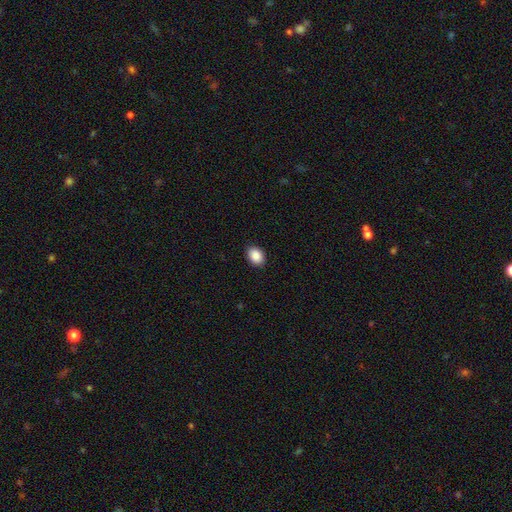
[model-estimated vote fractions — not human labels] A smooth galaxy with no disk features (89%) that is in between round and cigar-shaped (74%). Merging: none (90%).